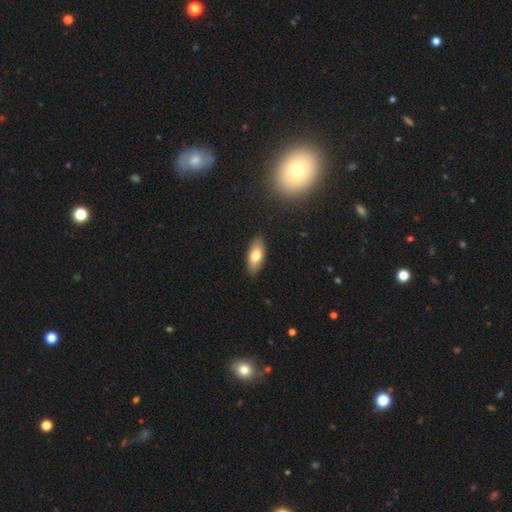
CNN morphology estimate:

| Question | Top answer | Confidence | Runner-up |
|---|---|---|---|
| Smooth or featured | smooth | 76% | featured or disk (17%) |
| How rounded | in between | 85% | cigar-shaped (13%) |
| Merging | none | 88% | minor disturbance (9%) |